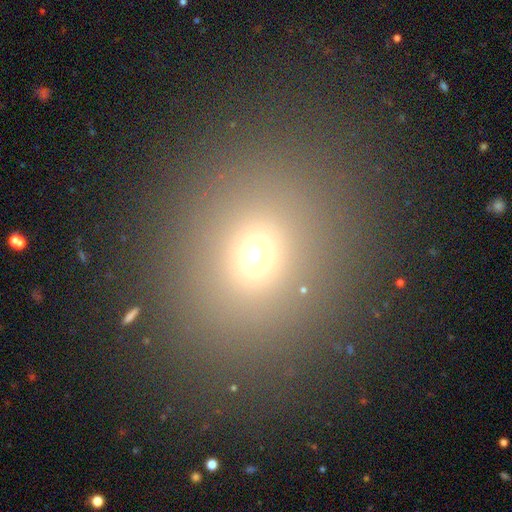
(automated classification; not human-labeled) Smooth or featured? smooth (67%)
How rounded? round (80%)
Merging? none (86%)